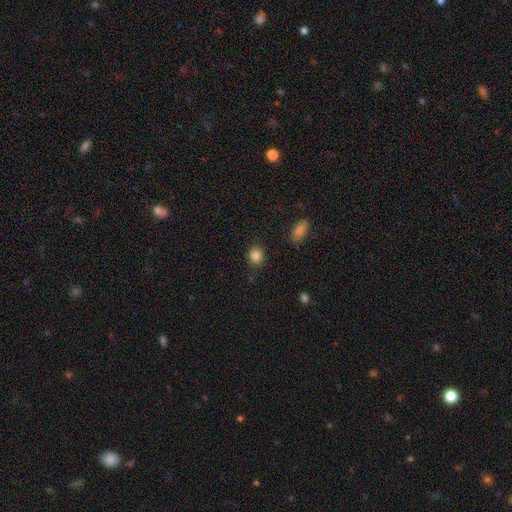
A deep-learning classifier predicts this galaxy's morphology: smooth 85%, star or artifact 11%, featured or disk 4%. Down the decision tree: how rounded — round (78%); merging — none (87%).